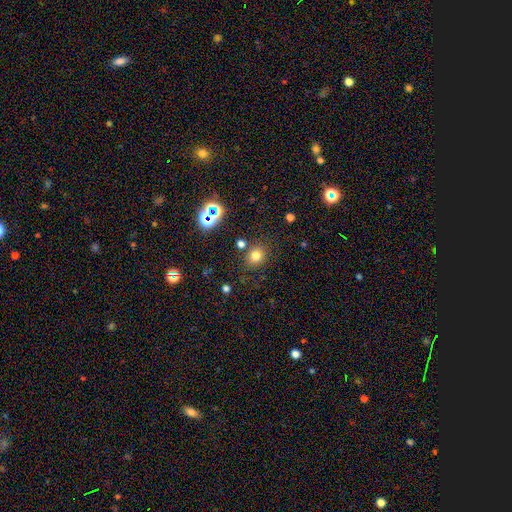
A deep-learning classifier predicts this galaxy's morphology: Smooth or featured? Predicted: smooth (p=0.73). How rounded? Predicted: round (p=0.71). Merging? Predicted: none (p=0.79).